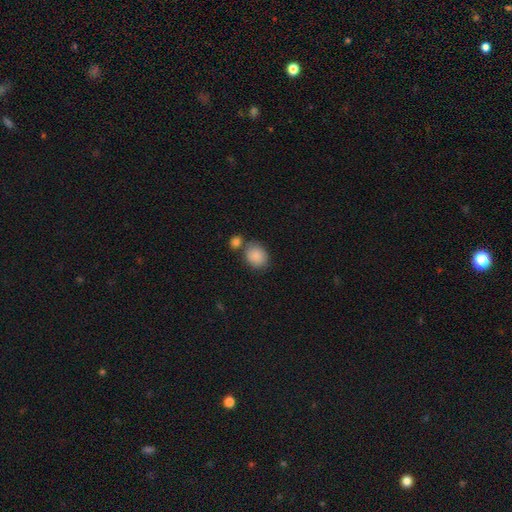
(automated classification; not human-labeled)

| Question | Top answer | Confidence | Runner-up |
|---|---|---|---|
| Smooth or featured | smooth | 88% | star or artifact (7%) |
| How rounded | round | 57% | in between (42%) |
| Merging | none | 58% | merger (24%) |